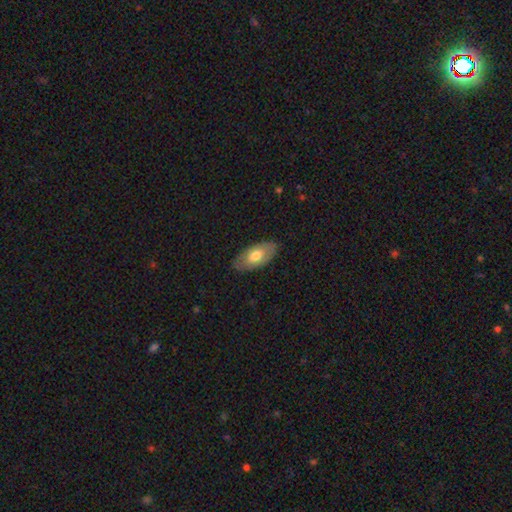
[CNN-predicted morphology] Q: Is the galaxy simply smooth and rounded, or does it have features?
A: smooth — 61%.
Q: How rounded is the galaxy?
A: in between — 92%.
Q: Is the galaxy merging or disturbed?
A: none — 84%.